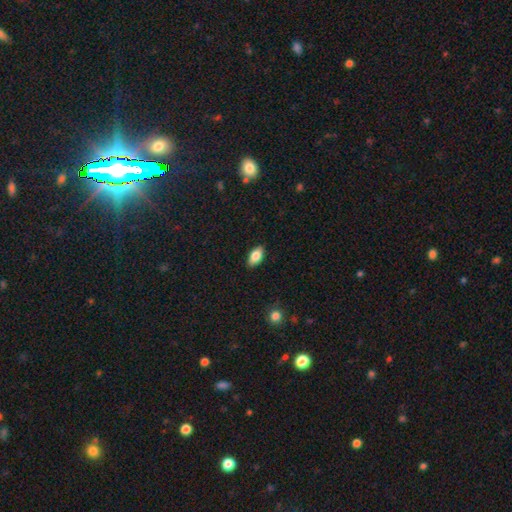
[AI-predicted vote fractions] Q: Smooth or featured?
A: smooth (83%); runner-up: featured or disk (10%)
Q: How rounded?
A: in between (92%); runner-up: cigar-shaped (5%)
Q: Merging?
A: none (88%); runner-up: minor disturbance (9%)